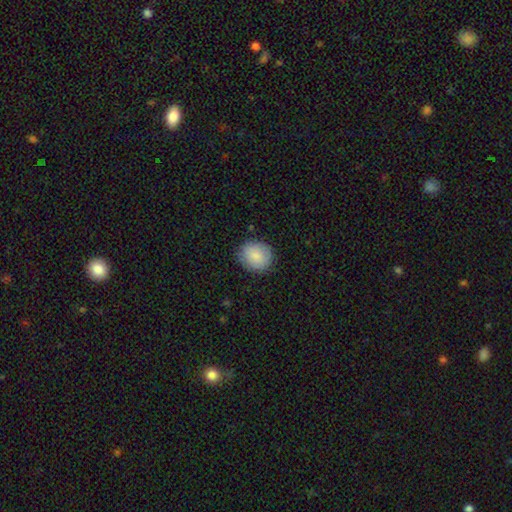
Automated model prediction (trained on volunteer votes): Smooth or featured: smooth — 85% (featured or disk — 8%)
How rounded: round — 76% (in between — 24%)
Merging: none — 84% (minor disturbance — 12%)